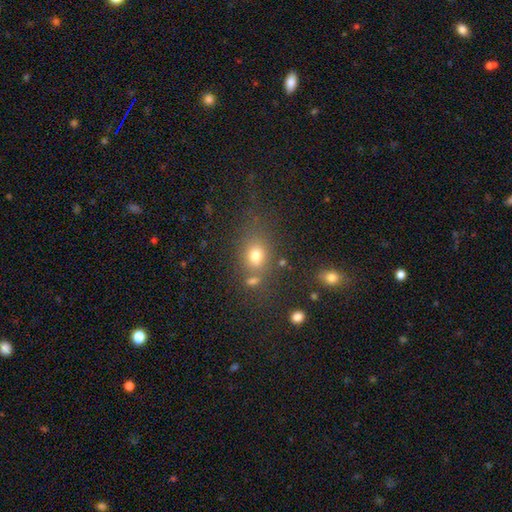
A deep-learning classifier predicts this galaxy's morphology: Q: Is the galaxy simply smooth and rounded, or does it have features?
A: smooth — 73%.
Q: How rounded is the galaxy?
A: round — 49%, tied with in between.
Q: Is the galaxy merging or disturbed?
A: none — 61%.